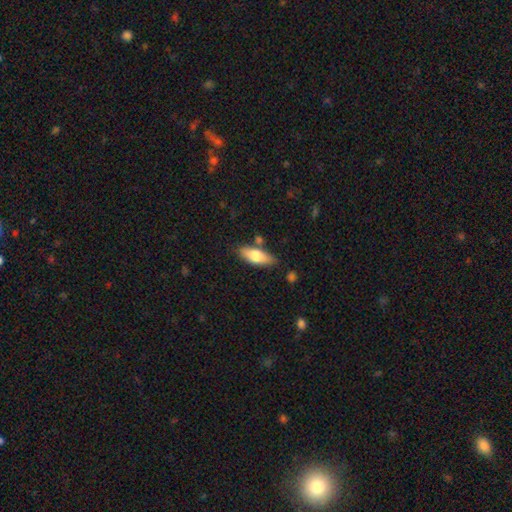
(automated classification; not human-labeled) Smooth or featured? smooth (69%)
How rounded? in between (72%)
Merging? none (76%)